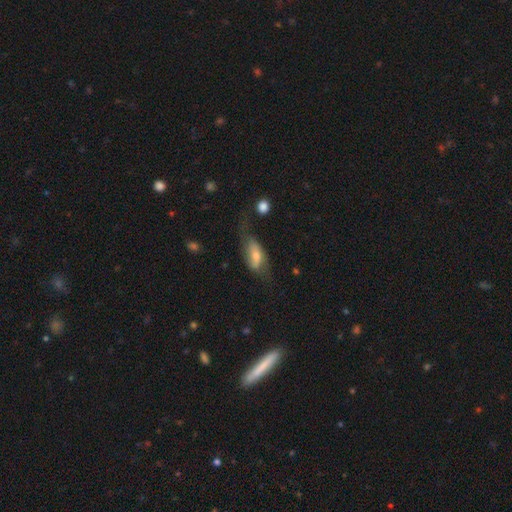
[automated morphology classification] Smooth or featured: smooth — 50% (featured or disk — 42%)
How rounded: in between — 79% (cigar-shaped — 16%)
Merging: none — 40% (major disturbance — 29%)